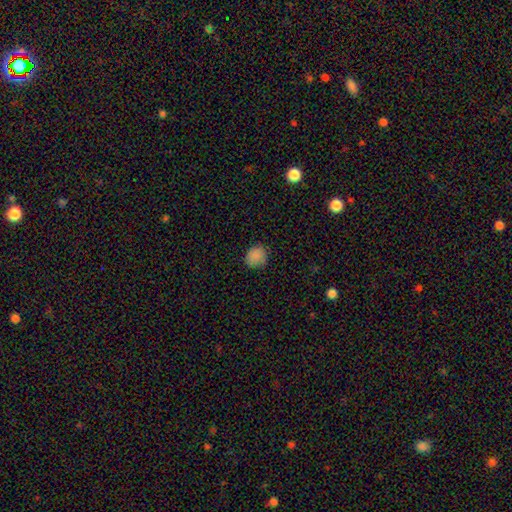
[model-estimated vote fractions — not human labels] A smooth galaxy with no disk features (85%) that is round (84%).

Vote fractions:
- Smooth or featured? smooth: 85% / star or artifact: 11% / featured or disk: 4%
- How rounded? round: 84% / in between: 15% / cigar-shaped: 1%
- Merging? none: 82% / minor disturbance: 14% / major disturbance: 3% / merger: 1%